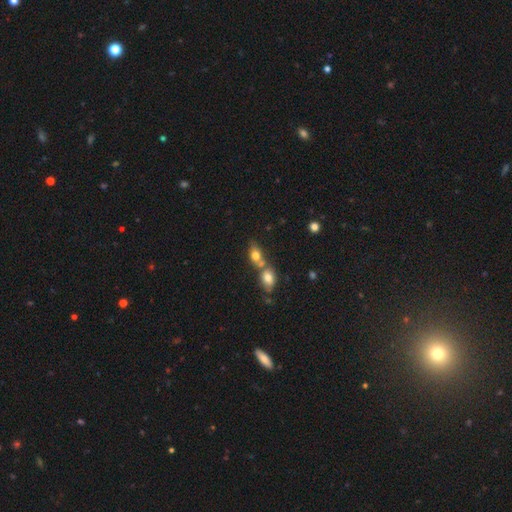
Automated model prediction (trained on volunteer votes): This is likely a smooth galaxy (75%). How rounded: likely in between (71%). Merging: likely merger (61%).